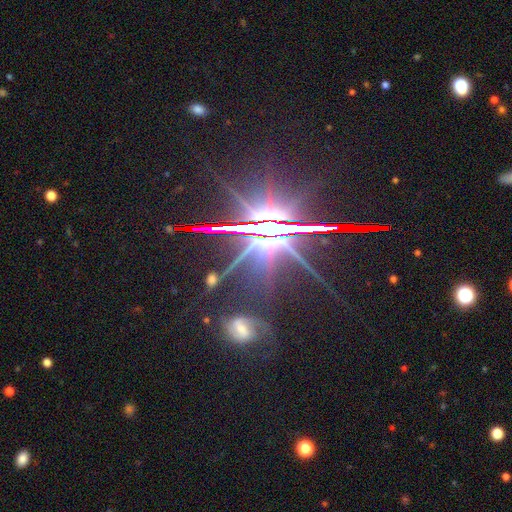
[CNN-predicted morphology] Smooth or featured: star or artifact — 76% (featured or disk — 16%)